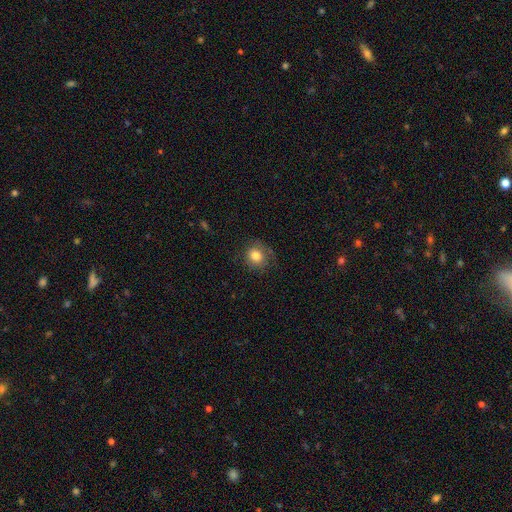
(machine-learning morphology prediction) A smooth galaxy with no disk features (80%) that is round (81%).

Vote fractions:
- Smooth or featured? smooth: 80% / featured or disk: 11% / star or artifact: 10%
- How rounded? round: 81% / in between: 19% / cigar-shaped: 1%
- Merging? none: 71% / minor disturbance: 19% / major disturbance: 8% / merger: 1%